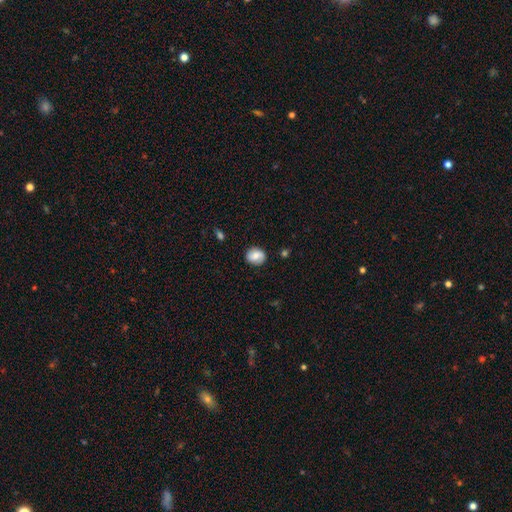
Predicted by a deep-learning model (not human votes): Smooth or featured? Predicted: smooth (p=0.68). How rounded? Predicted: round (p=0.68). Merging? Predicted: none (p=0.81).